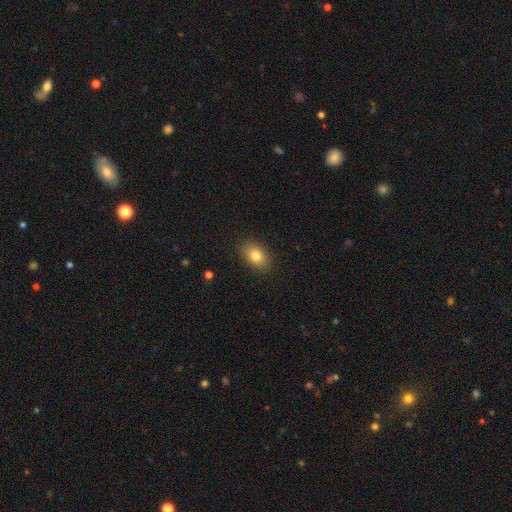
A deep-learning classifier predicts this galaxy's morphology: type=smooth (82%); roundness=in between (81%); merging=none (87%).